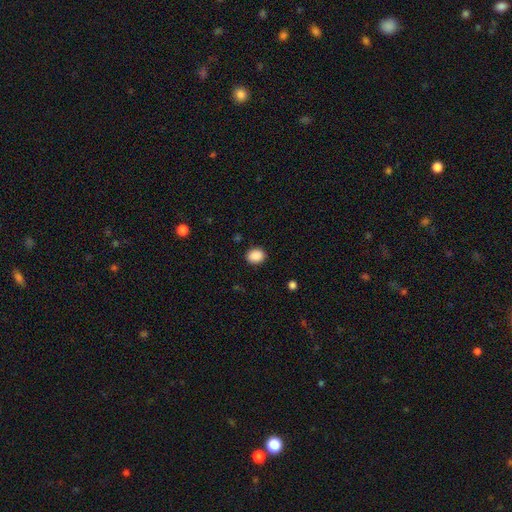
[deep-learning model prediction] Overall: smooth (89%). How rounded: round (53%; in between 46%). Merging: none (89%).